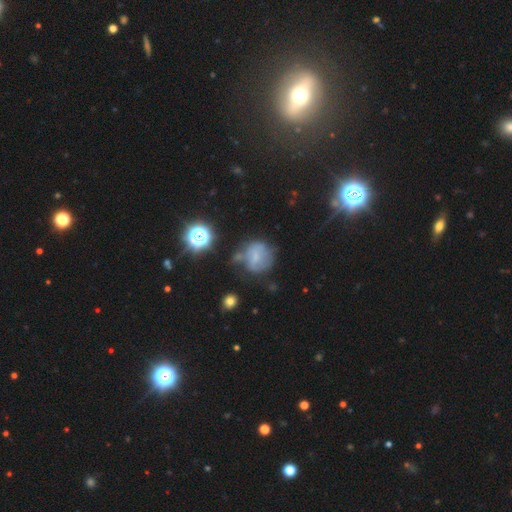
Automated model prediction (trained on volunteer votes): smooth 51%, featured or disk 32%, star or artifact 18%. Down the decision tree: how rounded — round (79%); merging — none (42%).